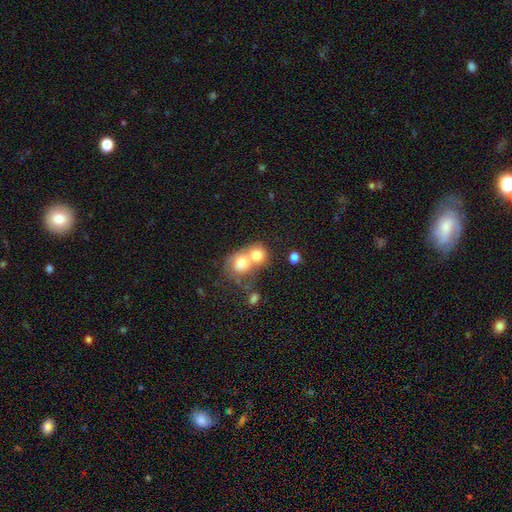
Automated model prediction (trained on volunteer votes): Q: Smooth or featured?
A: smooth (67%); runner-up: featured or disk (24%)
Q: How rounded?
A: round (65%); runner-up: in between (34%)
Q: Merging?
A: merger (73%); runner-up: none (16%)